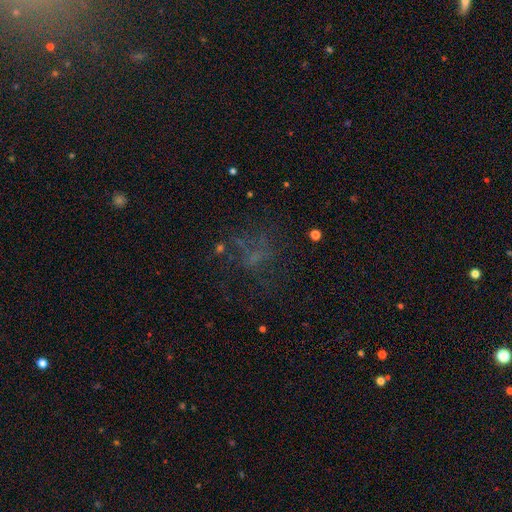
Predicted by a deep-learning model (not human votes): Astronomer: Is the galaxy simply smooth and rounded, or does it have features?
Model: star or artifact — 35% (runner-up: featured or disk, 33%).